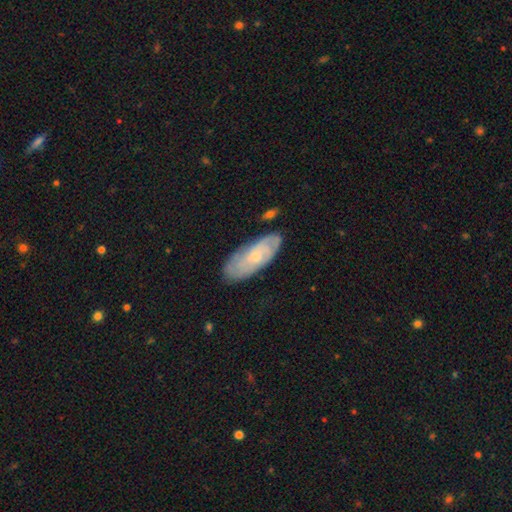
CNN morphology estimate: Smooth or featured: featured or disk — 56% (smooth — 37%)
Edge-on disk: no — 87% (yes — 13%)
Merging: none — 76% (minor disturbance — 18%)